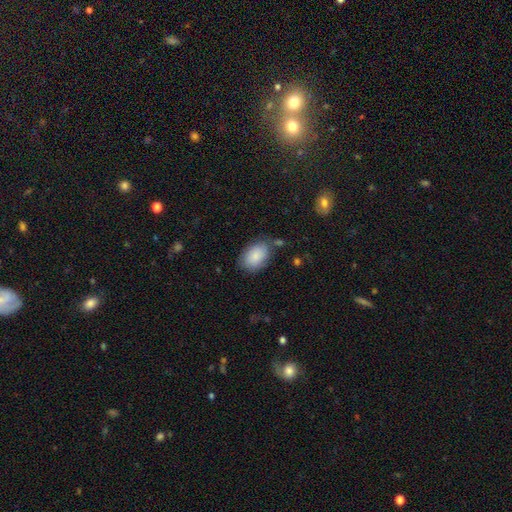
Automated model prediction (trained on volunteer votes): Overall: smooth (86%). How rounded: in between (89%). Merging: none (71%).